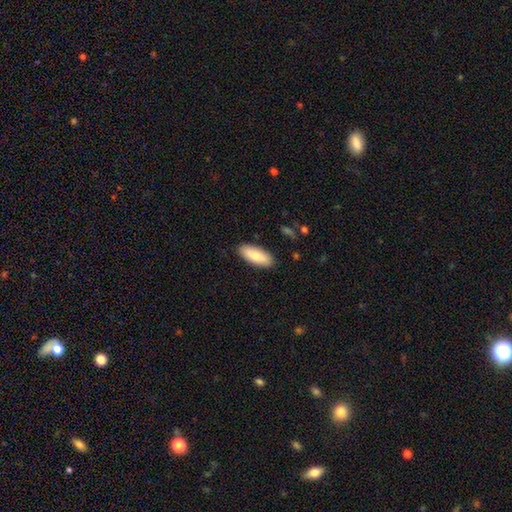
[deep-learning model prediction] smooth 82%, featured or disk 12%, star or artifact 6%. Down the decision tree: how rounded — in between (75%); merging — none (88%).